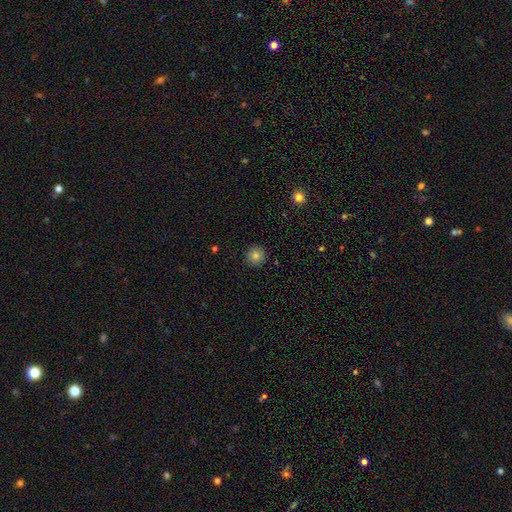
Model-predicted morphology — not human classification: A smooth galaxy with no disk features (82%) that is round (95%). Merging: none (91%).